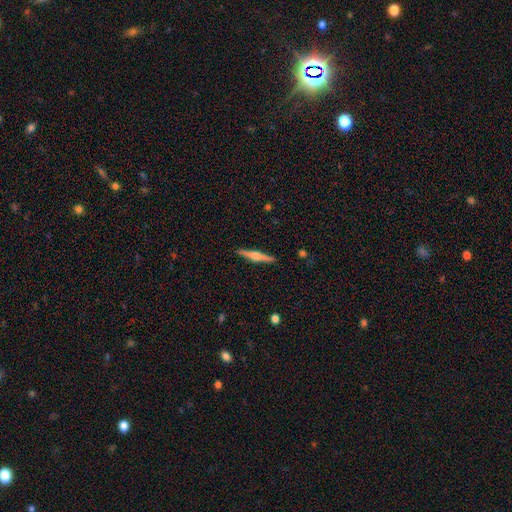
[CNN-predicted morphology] Overall: featured or disk (68%). Edge-on disk: yes (98%). Edge-on bulge: rounded (87%). Merging: none (91%).